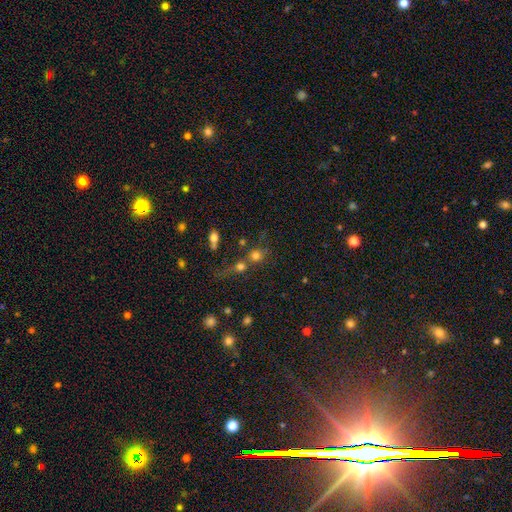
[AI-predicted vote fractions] smooth-or-featured: smooth: 73% | star or artifact: 18% | featured or disk: 10%
  how-rounded: round: 86% | in between: 12% | cigar-shaped: 2%
  merging: none: 48% | merger: 38% | minor disturbance: 8% | major disturbance: 6%